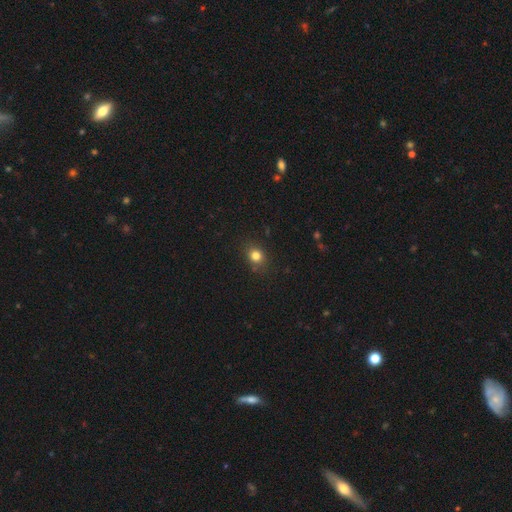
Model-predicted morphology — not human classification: The model was most divided on "how rounded": round: 65%, in between: 34%, cigar-shaped: 1%. More confident: merging — none (83%); smooth or featured — smooth (79%).